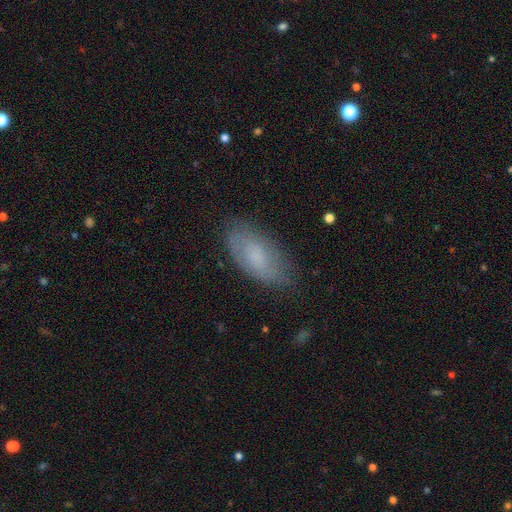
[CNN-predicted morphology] Smooth or featured? smooth (60%)
How rounded? in between (90%)
Merging? none (74%)